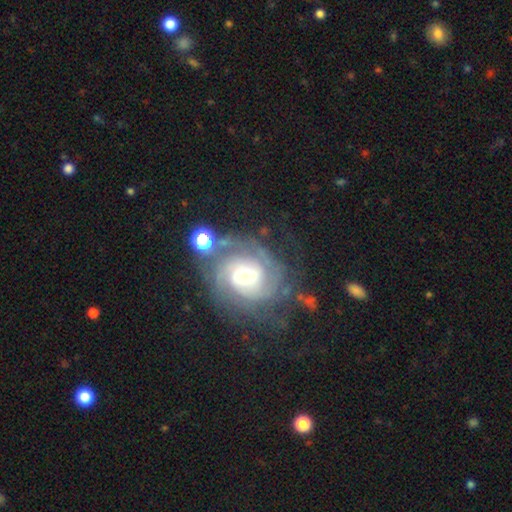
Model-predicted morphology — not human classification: This appears to be a featured or disk galaxy (85%) with a weak bar (45%), tight (66%) spiral arms (96%) and a moderate central bulge (50%). Merging: none (65%).